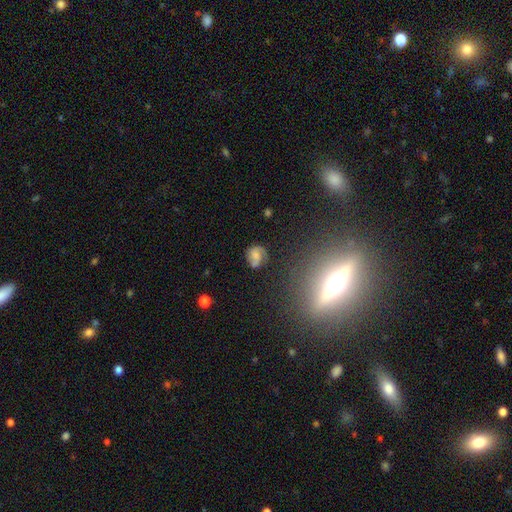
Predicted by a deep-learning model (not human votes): Smooth or featured? featured or disk (54%)
Edge-on disk? no (97%)
Bar? no (59%)
Spiral arms? yes (87%)
Bulge size? none (40%)
Merging? none (63%)